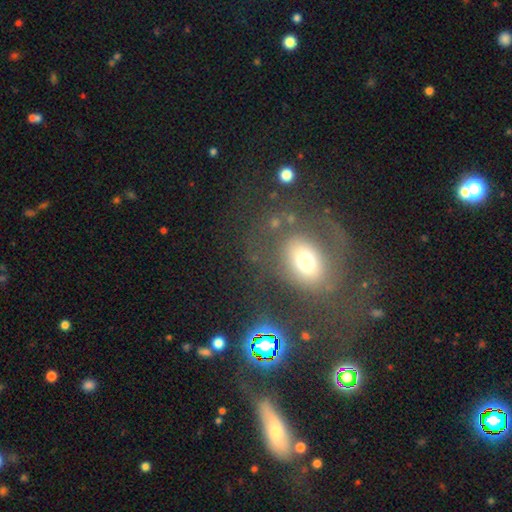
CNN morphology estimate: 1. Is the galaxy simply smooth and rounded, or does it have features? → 45% featured or disk, 38% smooth, 17% star or artifact.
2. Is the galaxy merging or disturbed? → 60% none, 18% major disturbance, 16% minor disturbance, 6% merger.